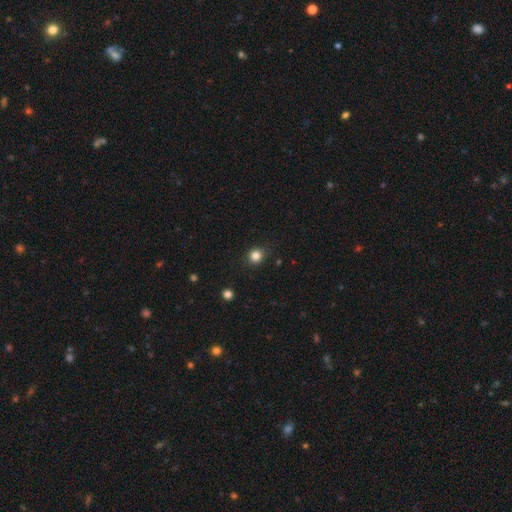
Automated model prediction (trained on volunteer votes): A smooth galaxy with no disk features (83%) that is round (89%). Merging: none (88%).